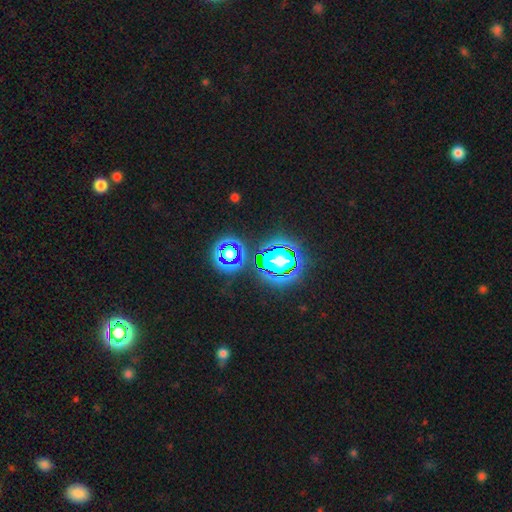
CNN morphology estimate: This appears to be a star or artifact, not a galaxy (75%).